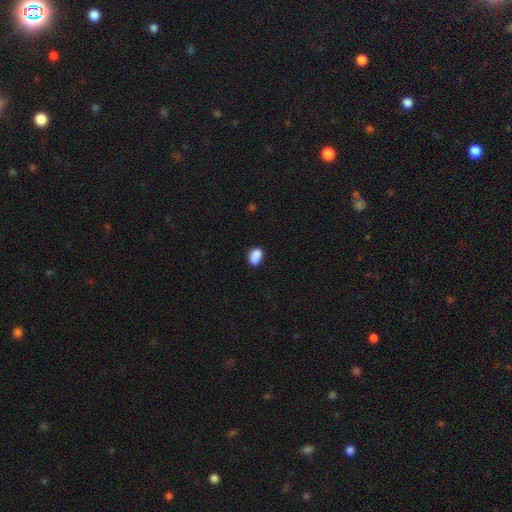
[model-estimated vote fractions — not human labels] Overall: smooth (82%). How rounded: in between (74%). Merging: none (54%; minor disturbance 20%).